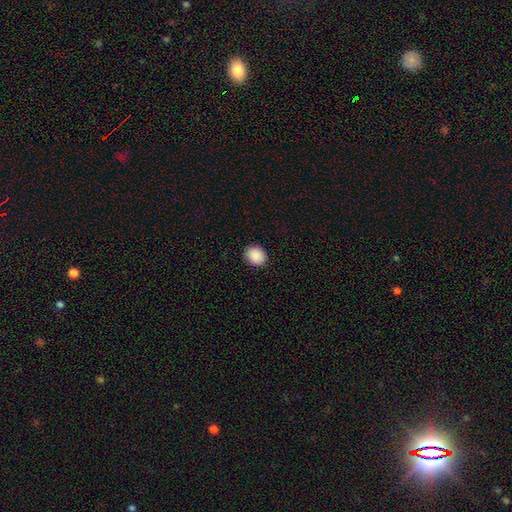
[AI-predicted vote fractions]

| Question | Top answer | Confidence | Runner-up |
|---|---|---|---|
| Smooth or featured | smooth | 90% | star or artifact (8%) |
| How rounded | round | 60% | in between (40%) |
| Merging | none | 90% | minor disturbance (7%) |